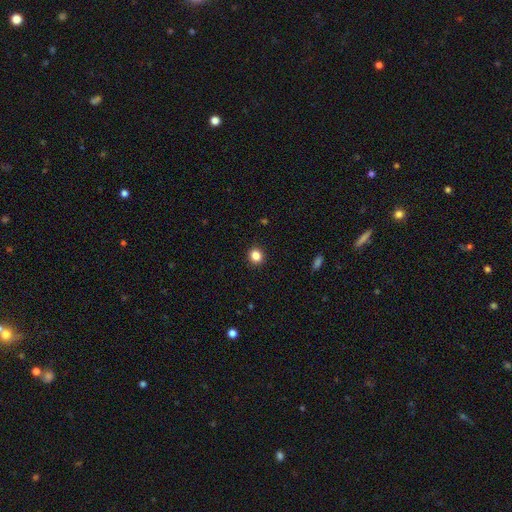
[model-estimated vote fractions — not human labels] A smooth galaxy with no disk features (85%) that is round (82%).

Vote fractions:
- Smooth or featured? smooth: 85% / star or artifact: 11% / featured or disk: 4%
- How rounded? round: 82% / in between: 17% / cigar-shaped: 1%
- Merging? none: 92% / minor disturbance: 5% / major disturbance: 2% / merger: 1%